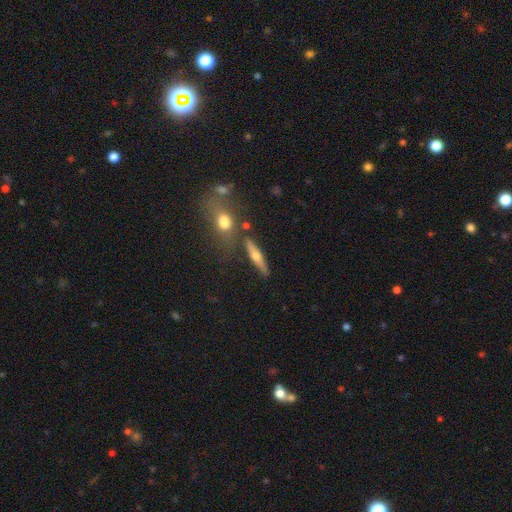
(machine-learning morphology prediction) type=featured or disk (54%); edge-on=yes (92%); merging=none (77%).